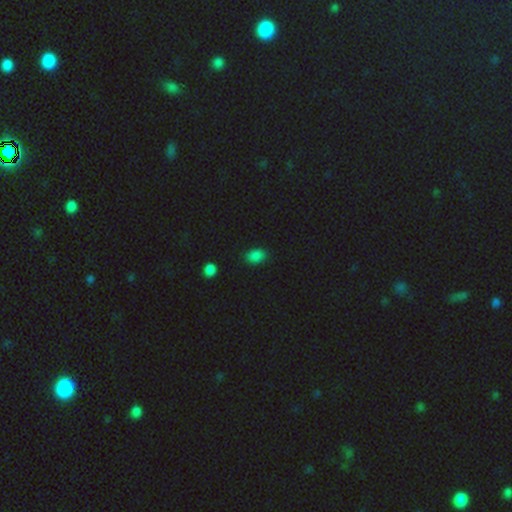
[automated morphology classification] smooth 82%, star or artifact 14%, featured or disk 3%. Down the decision tree: how rounded — in between (78%); merging — none (86%).